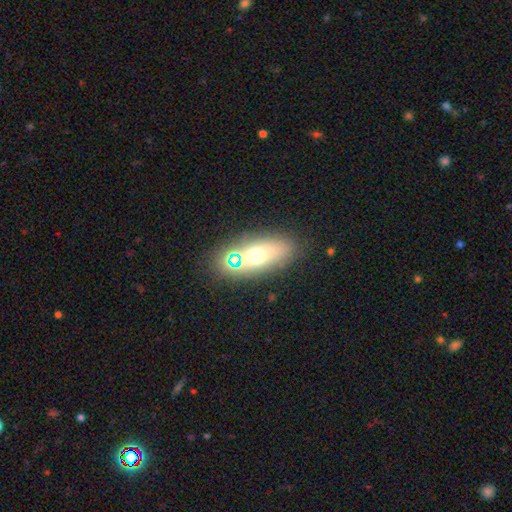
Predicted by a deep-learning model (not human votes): Smooth or featured? smooth (55%)
How rounded? in between (75%)
Merging? none (74%)